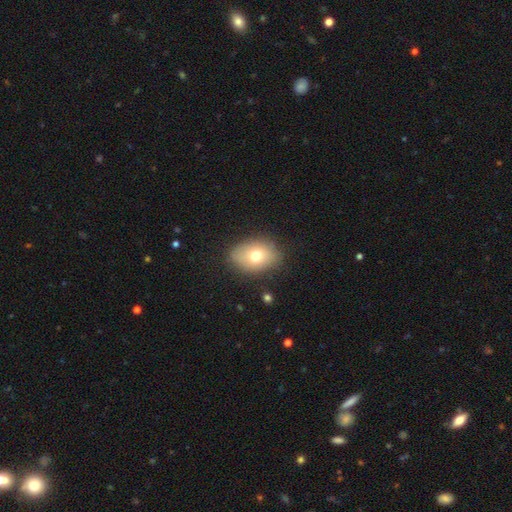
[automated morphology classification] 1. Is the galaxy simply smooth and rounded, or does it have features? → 71% smooth, 20% featured or disk, 10% star or artifact.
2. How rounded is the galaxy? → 77% in between, 22% round, 1% cigar-shaped.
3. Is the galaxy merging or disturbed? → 80% none, 14% minor disturbance, 4% major disturbance, 1% merger.